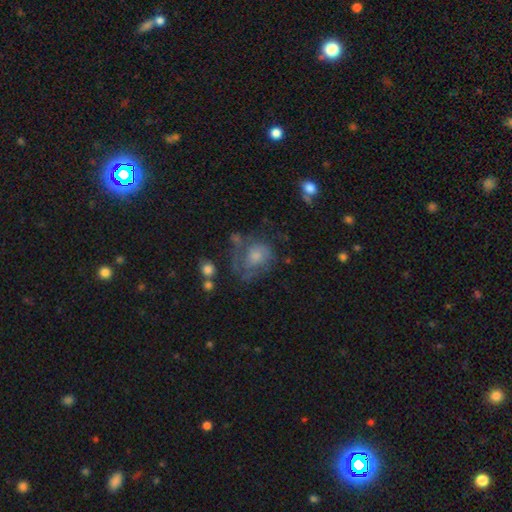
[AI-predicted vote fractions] featured or disk 57%, smooth 29%, star or artifact 14%. Down the decision tree: edge-on disk — no (97%); bar — no (76%); spiral arms — yes (72%); bulge size — moderate (44%); merging — none (47%).